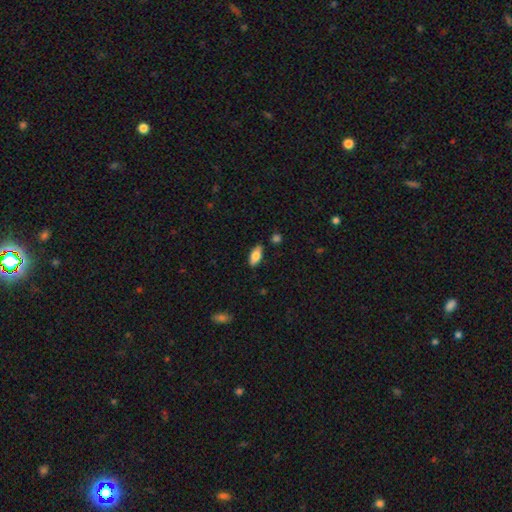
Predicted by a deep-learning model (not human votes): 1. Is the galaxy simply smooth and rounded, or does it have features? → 75% smooth, 19% featured or disk, 7% star or artifact.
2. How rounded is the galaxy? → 85% in between, 12% cigar-shaped, 3% round.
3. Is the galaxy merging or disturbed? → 84% none, 11% minor disturbance, 2% merger, 2% major disturbance.